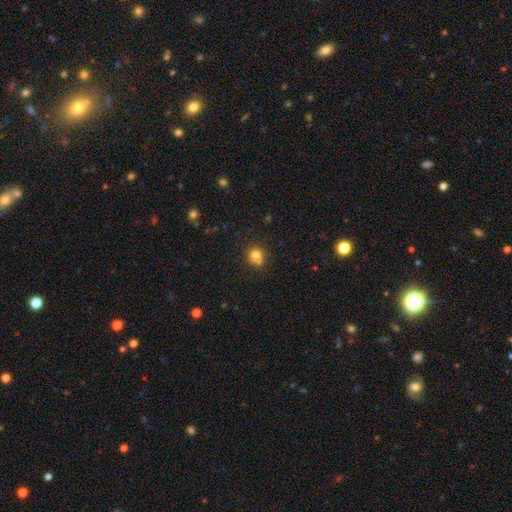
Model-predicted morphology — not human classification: This appears to be a smooth galaxy with no disk features (79%) that is round (87%). Merging: none (71%).